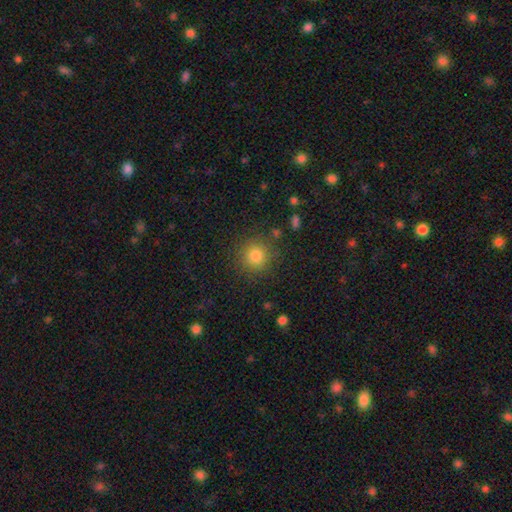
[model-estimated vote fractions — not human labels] The model was most divided on "smooth or featured": smooth: 81%, star or artifact: 12%, featured or disk: 6%. More confident: how rounded — round (93%); merging — none (86%).